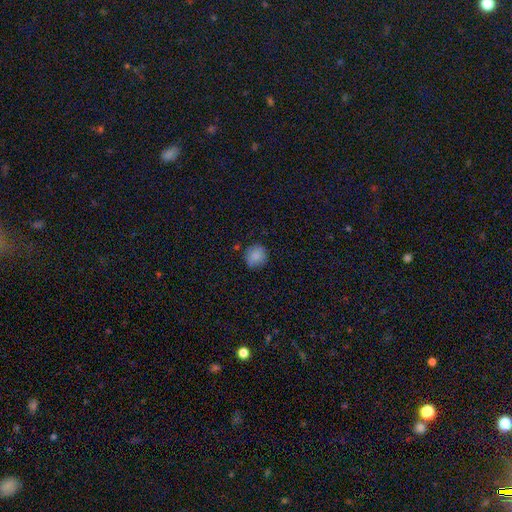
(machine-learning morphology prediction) Smooth or featured: smooth — 87% (star or artifact — 9%)
How rounded: round — 87% (in between — 12%)
Merging: none — 82% (minor disturbance — 13%)